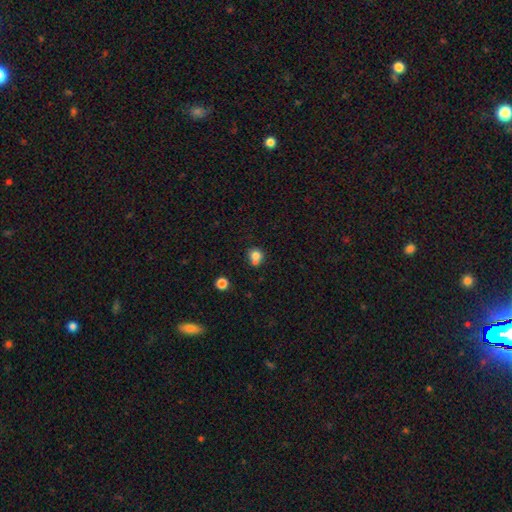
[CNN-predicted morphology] This is likely a smooth galaxy (78%). How rounded: clearly round (82%). Merging: possibly none (50%).